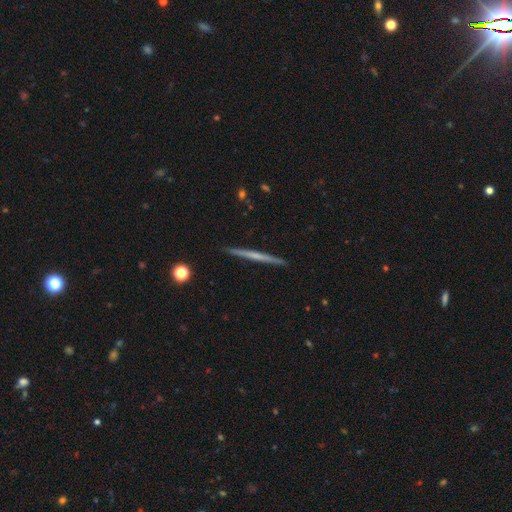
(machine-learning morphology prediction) Smooth or featured? Predicted: featured or disk (p=0.59). Edge-on disk? Predicted: yes (p=0.98). Edge-on bulge? Predicted: none (p=0.75). Merging? Predicted: none (p=0.92).